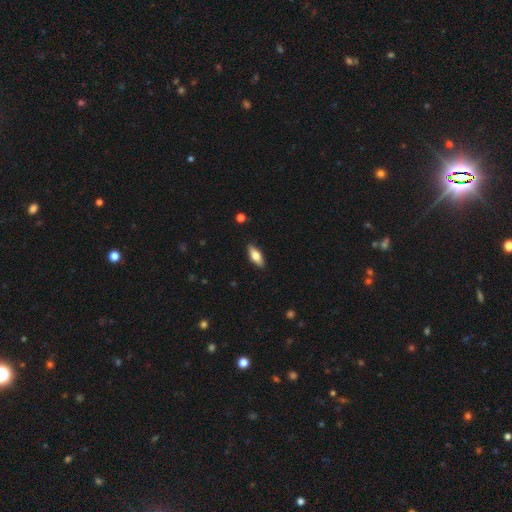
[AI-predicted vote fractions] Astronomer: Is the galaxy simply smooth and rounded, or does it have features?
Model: smooth — 65%.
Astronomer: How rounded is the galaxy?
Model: in between — 73%.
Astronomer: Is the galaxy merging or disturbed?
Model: none — 89%.